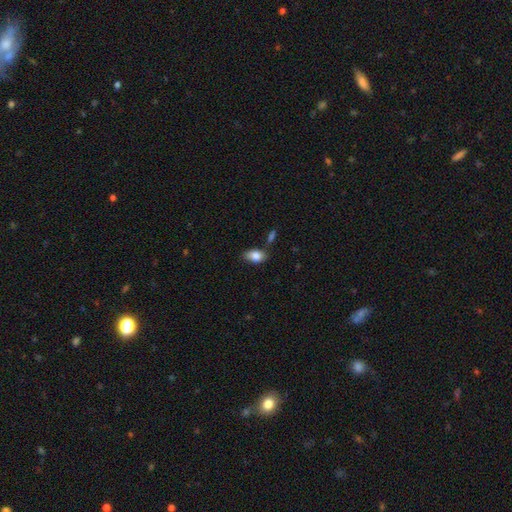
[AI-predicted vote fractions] A smooth galaxy with no disk features (84%) that is in between round and cigar-shaped (87%).

Vote fractions:
- Smooth or featured? smooth: 84% / featured or disk: 9% / star or artifact: 7%
- How rounded? in between: 87% / round: 10% / cigar-shaped: 2%
- Merging? none: 63% / minor disturbance: 24% / merger: 8% / major disturbance: 5%